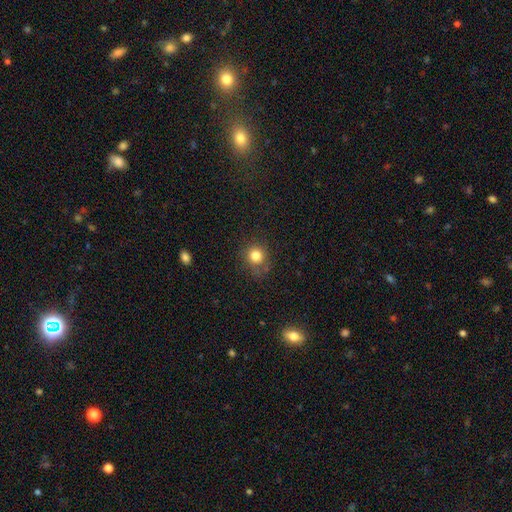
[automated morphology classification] Q: Smooth or featured?
A: smooth (81%); runner-up: star or artifact (12%)
Q: How rounded?
A: round (87%); runner-up: in between (12%)
Q: Merging?
A: none (74%); runner-up: minor disturbance (17%)